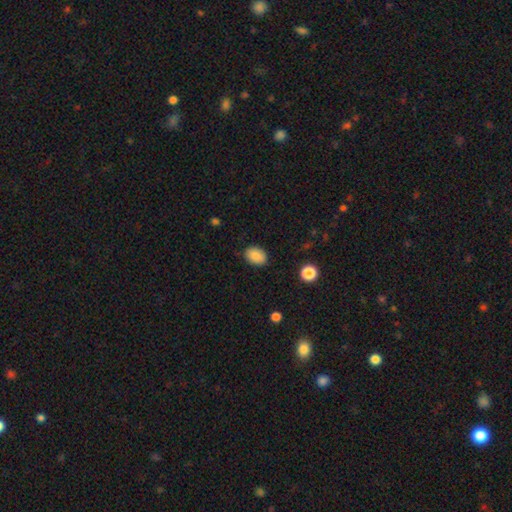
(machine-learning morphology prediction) Smooth or featured: smooth — 87% (star or artifact — 8%)
How rounded: in between — 76% (round — 23%)
Merging: none — 85% (minor disturbance — 11%)